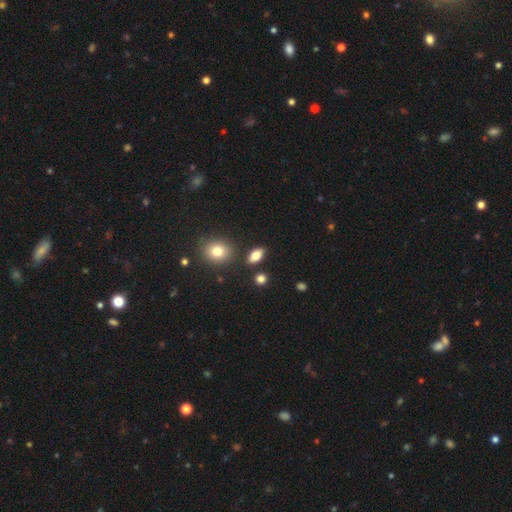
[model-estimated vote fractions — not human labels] Overall: smooth (82%). How rounded: in between (85%). Merging: none (85%).